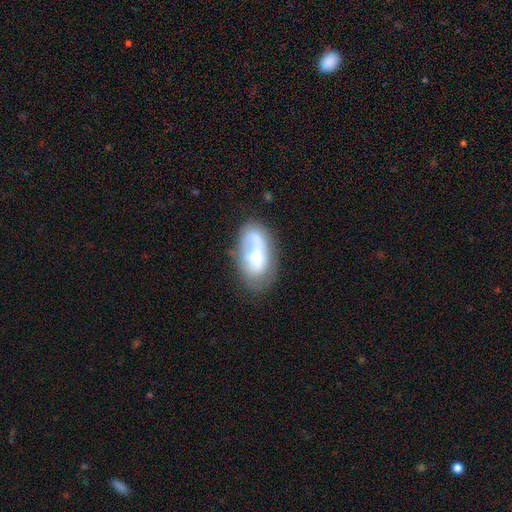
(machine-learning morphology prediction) This is possibly a smooth galaxy (50%). Merging: possibly none (51%).